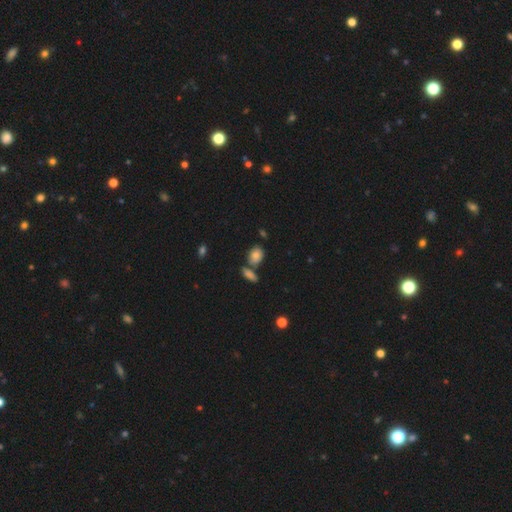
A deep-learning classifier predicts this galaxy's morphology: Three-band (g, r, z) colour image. It shows a smooth galaxy with no disk features (78%) that is in between round and cigar-shaped (58%). Merging: none (61%).